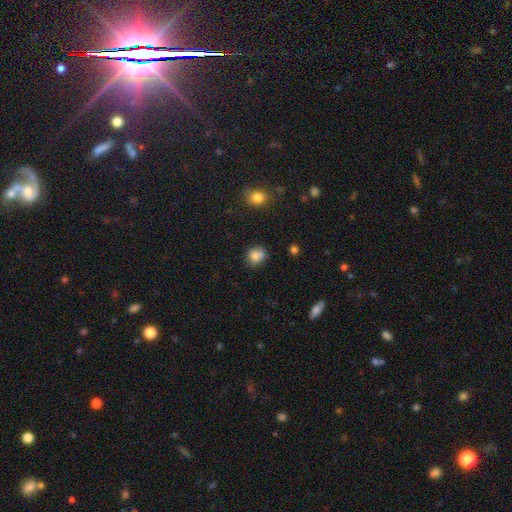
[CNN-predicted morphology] Smooth or featured: smooth — 80% (star or artifact — 11%)
How rounded: round — 69% (in between — 30%)
Merging: none — 55% (merger — 22%)